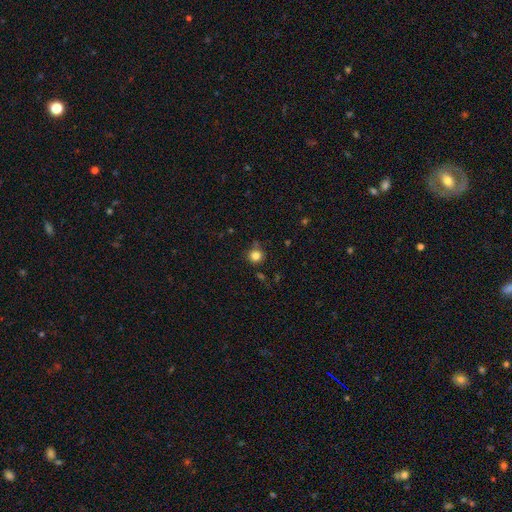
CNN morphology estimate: smooth-or-featured: smooth: 83% | star or artifact: 12% | featured or disk: 5%
  how-rounded: round: 93% | in between: 6% | cigar-shaped: 1%
  merging: none: 83% | minor disturbance: 10% | merger: 4% | major disturbance: 3%